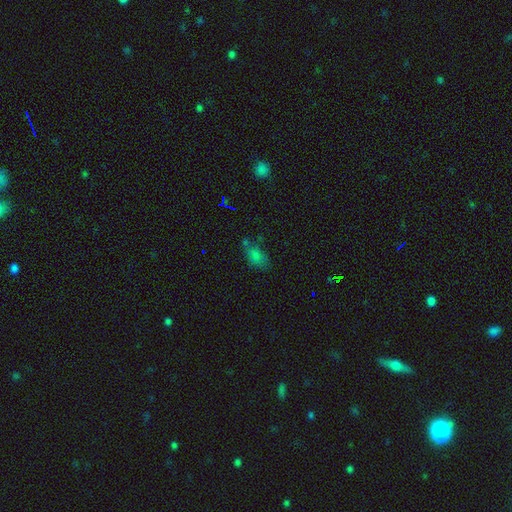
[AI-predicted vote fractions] Smooth or featured?
  - smooth: 70% *
  - star or artifact: 19%
  - featured or disk: 11%
How rounded?
  - in between: 85% *
  - round: 10%
  - cigar-shaped: 5%
Merging?
  - none: 52% *
  - minor disturbance: 23%
  - merger: 15%
  - major disturbance: 9%